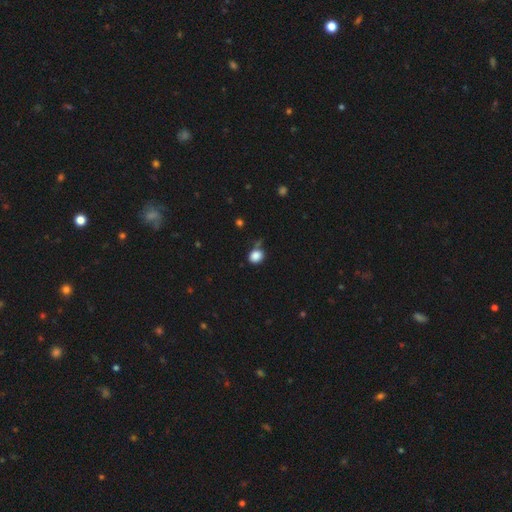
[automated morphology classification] smooth_or_featured: smooth (p=0.86) [alt: star or artifact p=0.11]
how_rounded: round (p=0.66) [alt: in between p=0.33]
merging: none (p=0.70) [alt: minor disturbance p=0.19]